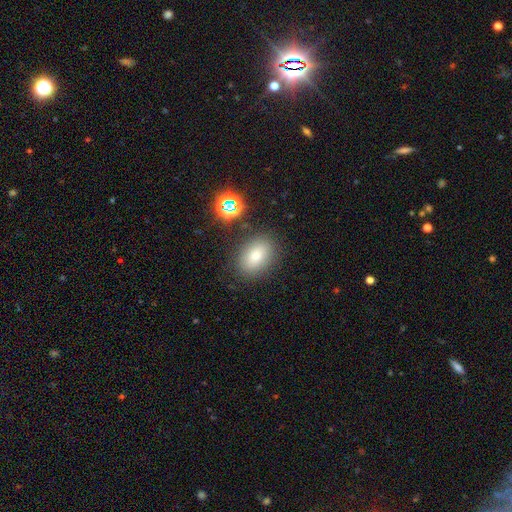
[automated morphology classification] smooth 79%, star or artifact 12%, featured or disk 10%. Down the decision tree: how rounded — in between (79%); merging — none (82%).